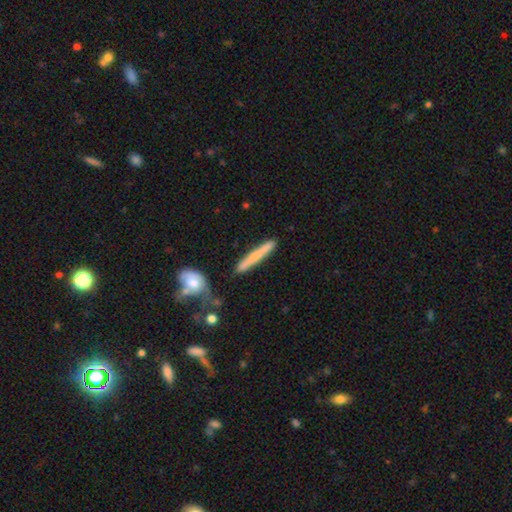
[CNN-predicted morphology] A smooth galaxy with no disk features (61%) that is cigar-shaped (94%).

Vote fractions:
- Smooth or featured? smooth: 61% / featured or disk: 33% / star or artifact: 6%
- How rounded? cigar-shaped: 94% / in between: 4% / round: 2%
- Merging? none: 82% / minor disturbance: 11% / merger: 5% / major disturbance: 3%